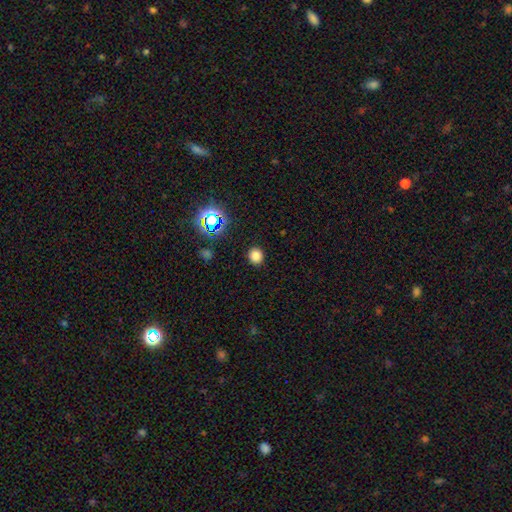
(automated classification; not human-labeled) A smooth galaxy with no disk features (77%) that is round (79%).

Vote fractions:
- Smooth or featured? smooth: 77% / star or artifact: 18% / featured or disk: 5%
- How rounded? round: 79% / in between: 20% / cigar-shaped: 1%
- Merging? none: 90% / minor disturbance: 7% / major disturbance: 2% / merger: 1%